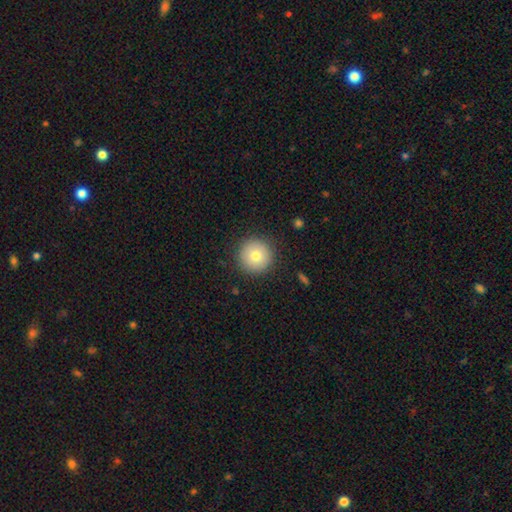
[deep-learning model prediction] smooth 77%, featured or disk 13%, star or artifact 10%. Down the decision tree: how rounded — round (96%); merging — none (90%).